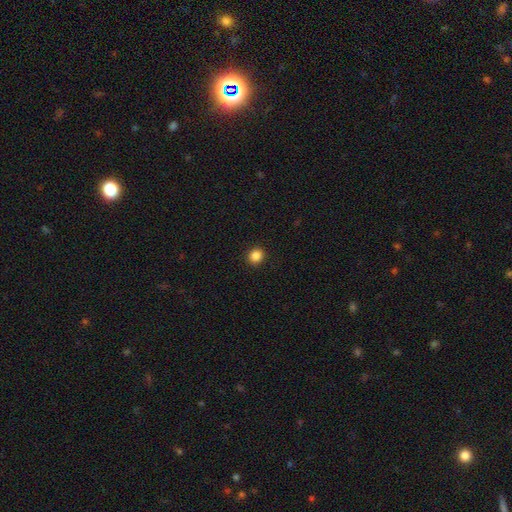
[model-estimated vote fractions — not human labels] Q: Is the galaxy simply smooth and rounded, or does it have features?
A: smooth — 85%.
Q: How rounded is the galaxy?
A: round — 91%.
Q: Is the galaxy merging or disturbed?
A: none — 93%.